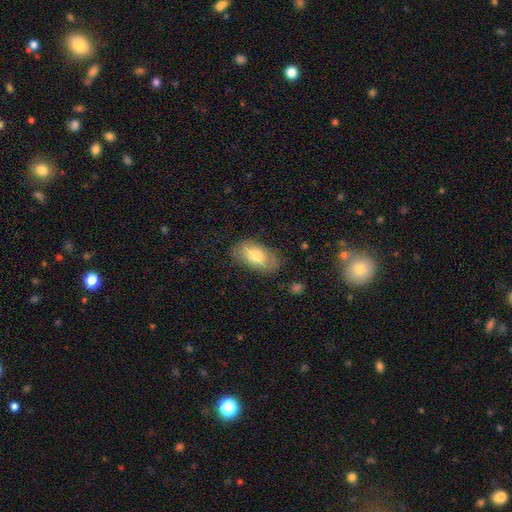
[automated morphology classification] Smooth or featured? smooth (72%)
How rounded? in between (93%)
Merging? none (76%)